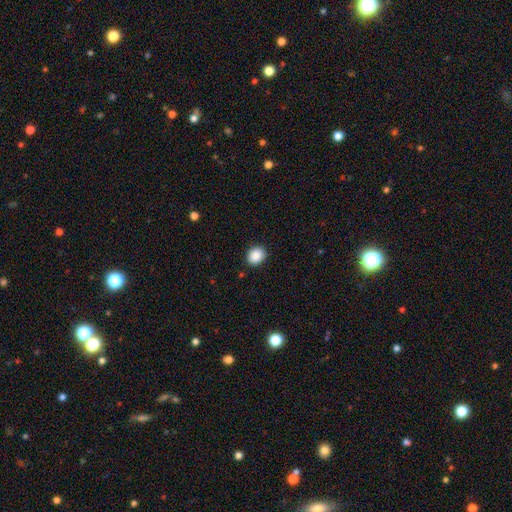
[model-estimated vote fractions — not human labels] A smooth galaxy with no disk features (89%) that is round (57%). Merging: none (90%).